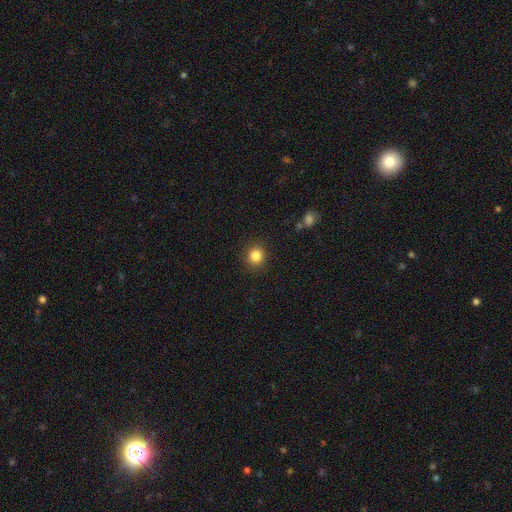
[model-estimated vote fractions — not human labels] Smooth or featured? smooth (84%)
How rounded? round (91%)
Merging? none (90%)